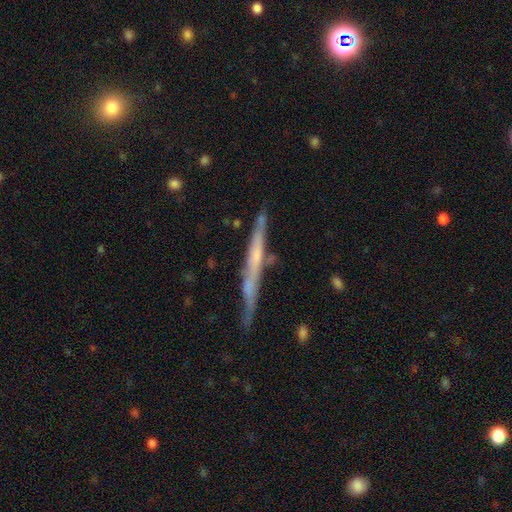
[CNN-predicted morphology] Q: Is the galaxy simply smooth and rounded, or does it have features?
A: featured or disk — 61%.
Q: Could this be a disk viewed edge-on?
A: yes — 94%.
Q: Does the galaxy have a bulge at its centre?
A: none — 62%.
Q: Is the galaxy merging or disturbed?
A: none — 68%.